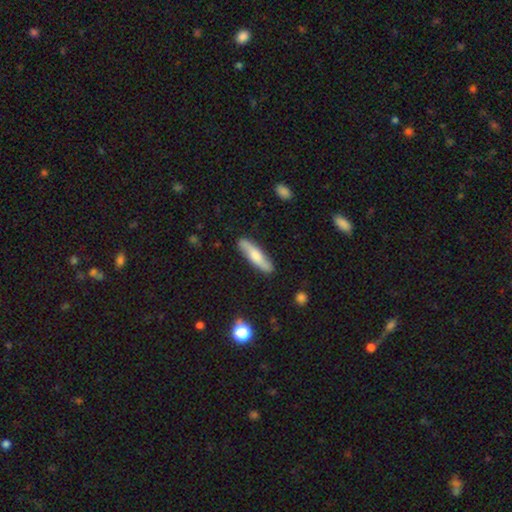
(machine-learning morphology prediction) smooth-or-featured: smooth: 61% | featured or disk: 34% | star or artifact: 6%
  how-rounded: cigar-shaped: 77% | in between: 21% | round: 2%
  merging: none: 85% | minor disturbance: 11% | major disturbance: 2% | merger: 2%